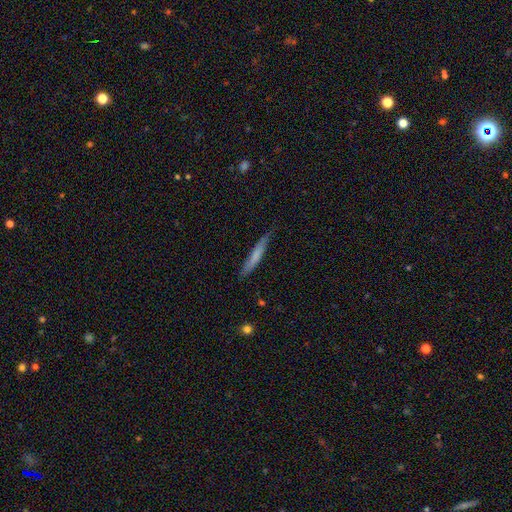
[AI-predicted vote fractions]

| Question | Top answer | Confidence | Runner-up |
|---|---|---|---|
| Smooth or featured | smooth | 66% | featured or disk (28%) |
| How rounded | cigar-shaped | 94% | in between (5%) |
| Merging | none | 73% | minor disturbance (22%) |